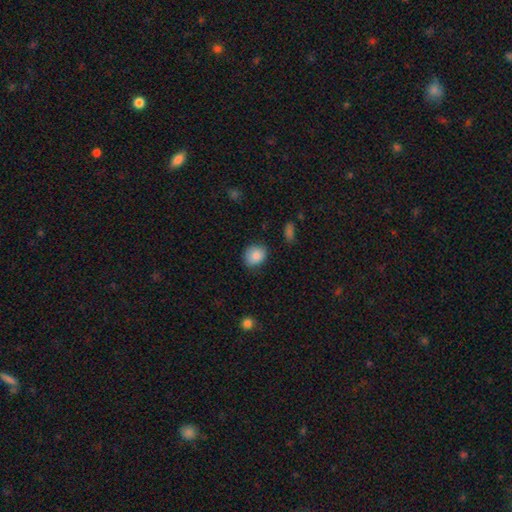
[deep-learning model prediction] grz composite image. It shows a smooth galaxy with no disk features (86%) that is round (65%). Merging: none (79%).